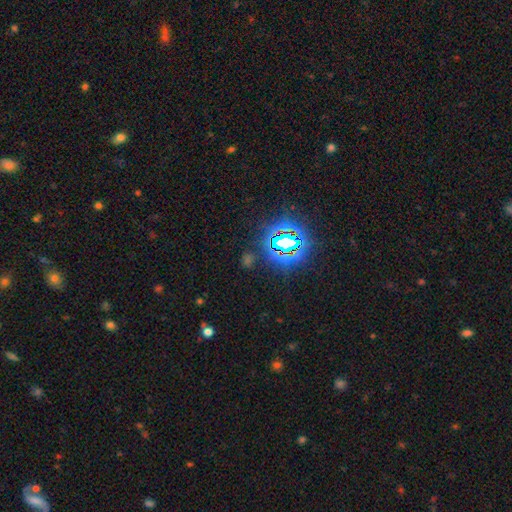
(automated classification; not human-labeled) This appears to be a star or artifact, not a galaxy (80%).